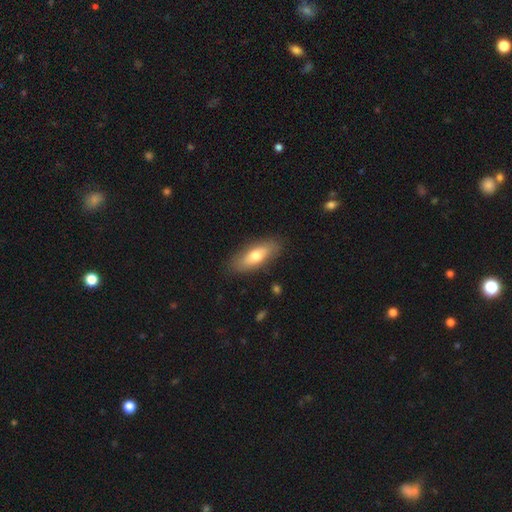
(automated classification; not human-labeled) smooth 66%, featured or disk 28%, star or artifact 6%. Down the decision tree: how rounded — in between (69%); merging — none (85%).